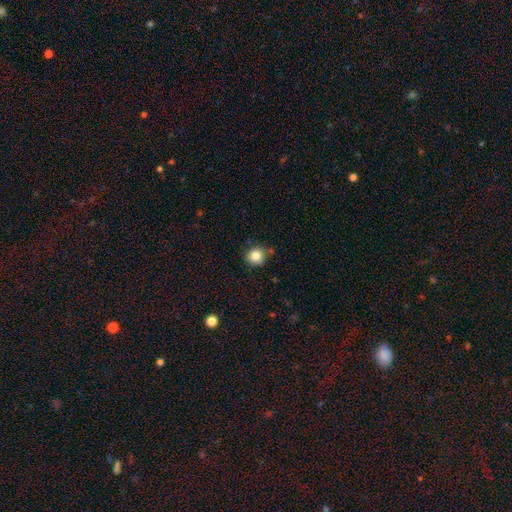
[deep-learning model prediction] smooth_or_featured: smooth (p=0.83) [alt: star or artifact p=0.11]
how_rounded: round (p=0.89) [alt: in between p=0.10]
merging: none (p=0.80) [alt: minor disturbance p=0.14]